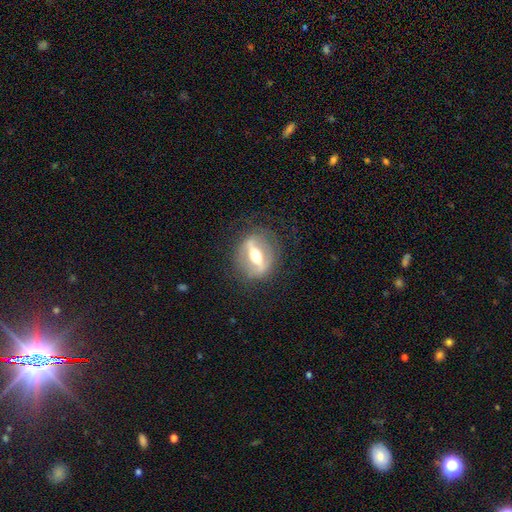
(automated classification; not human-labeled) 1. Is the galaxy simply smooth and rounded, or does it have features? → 76% featured or disk, 17% smooth, 7% star or artifact.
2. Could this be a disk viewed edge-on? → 54% no, 46% yes.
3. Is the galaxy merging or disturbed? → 79% none, 12% minor disturbance, 8% major disturbance, 1% merger.